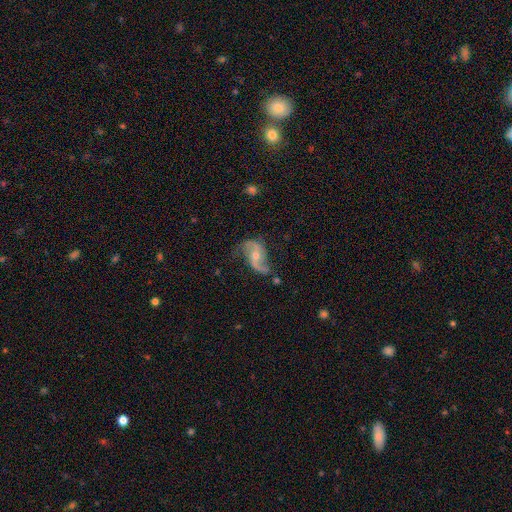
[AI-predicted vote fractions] smooth-or-featured: featured or disk: 87% | smooth: 7% | star or artifact: 6%
  disk-edge-on: no: 97% | yes: 3%
    bar: no: 53% | weak: 33% | strong: 14%
    has-spiral-arms: yes: 96% | no: 4%
      spiral-winding: loose: 69% | medium: 24% | tight: 7%
      spiral-arm-count: 2: 92% | can't tell: 2% | 1: 2% | 3: 1% | 4: 1% | more than 4: 1%
    bulge-size: moderate: 53% | small: 42% | large: 2% | none: 2% | dominant: 1%
  merging: none: 66% | minor disturbance: 21% | major disturbance: 11% | merger: 3%